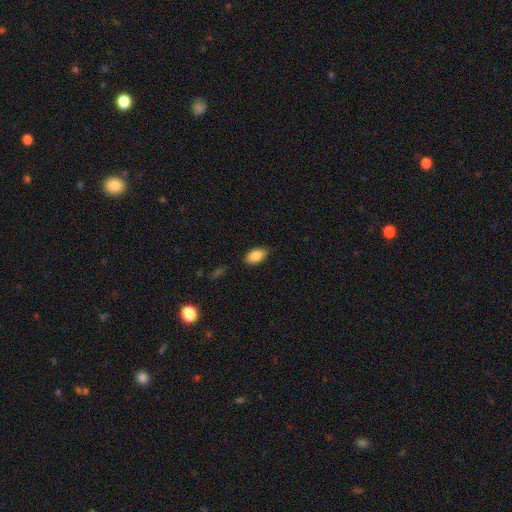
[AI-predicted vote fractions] Smooth or featured: smooth — 87% (star or artifact — 7%)
How rounded: in between — 93% (round — 5%)
Merging: none — 86% (minor disturbance — 11%)